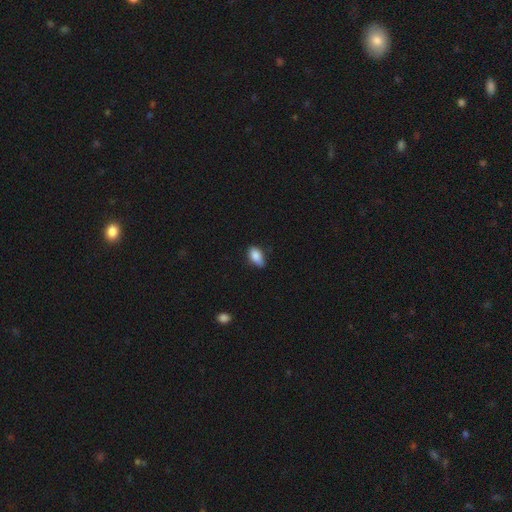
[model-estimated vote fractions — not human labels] Smooth or featured? Predicted: smooth (p=0.85). How rounded? Predicted: in between (p=0.90). Merging? Predicted: none (p=0.61).